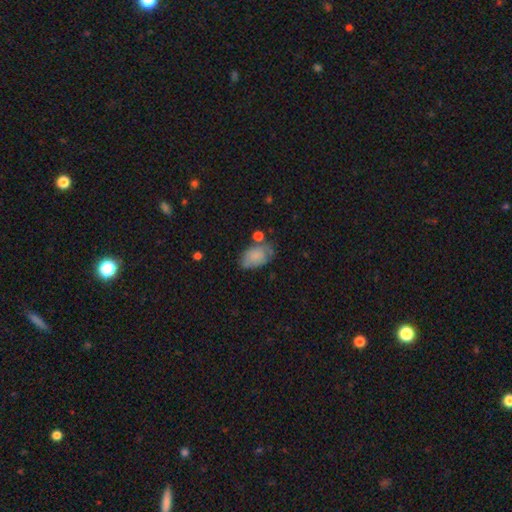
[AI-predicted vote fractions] smooth-or-featured: smooth: 76% | featured or disk: 16% | star or artifact: 8%
  how-rounded: in between: 89% | round: 10% | cigar-shaped: 1%
  merging: none: 50% | minor disturbance: 29% | major disturbance: 11% | merger: 10%